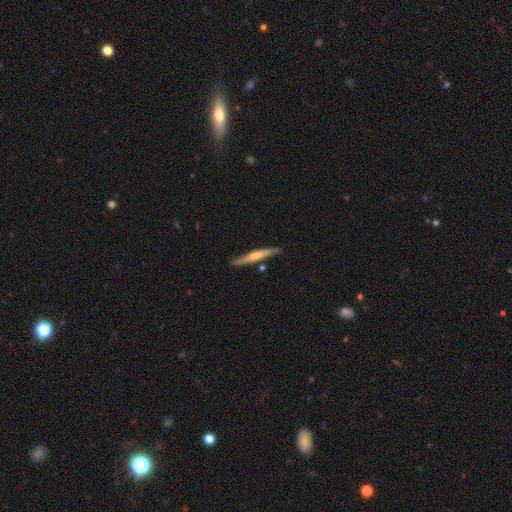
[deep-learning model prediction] Smooth or featured? smooth (49%)
Merging? none (82%)